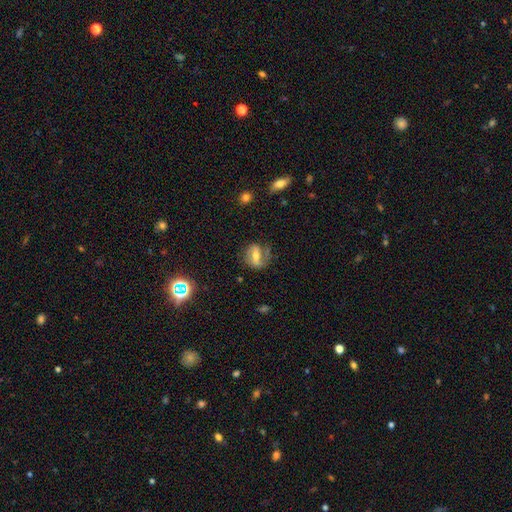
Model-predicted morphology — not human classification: Smooth or featured?
  - featured or disk: 63% *
  - smooth: 27%
  - star or artifact: 10%
Edge-on disk?
  - no: 92% *
  - yes: 8%
Bar?
  - strong: 49% *
  - weak: 33%
  - no: 18%
Spiral arms?
  - yes: 80% *
  - no: 20%
Bulge size?
  - moderate: 58% *
  - small: 31%
  - large: 6%
  - none: 3%
  - dominant: 1%
Merging?
  - none: 64% *
  - minor disturbance: 21%
  - major disturbance: 13%
  - merger: 3%